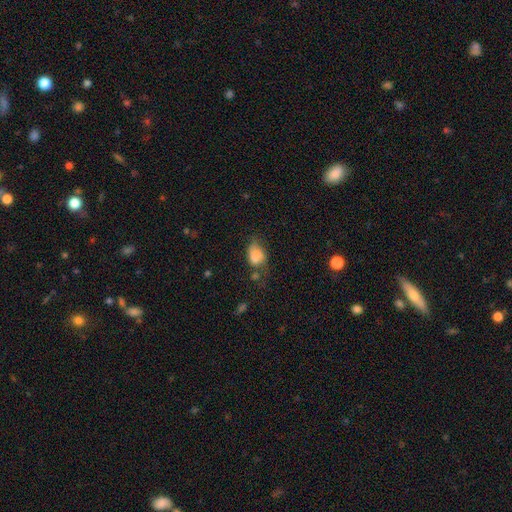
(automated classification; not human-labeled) Smooth or featured? smooth (77%)
How rounded? in between (79%)
Merging? minor disturbance (34%)